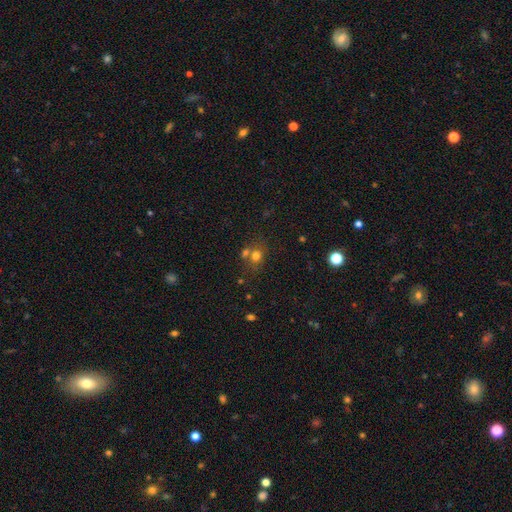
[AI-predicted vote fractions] Smooth or featured?
  - smooth: 71% *
  - star or artifact: 17%
  - featured or disk: 12%
How rounded?
  - round: 70% *
  - in between: 29%
  - cigar-shaped: 1%
Merging?
  - none: 49% *
  - merger: 36%
  - minor disturbance: 10%
  - major disturbance: 5%